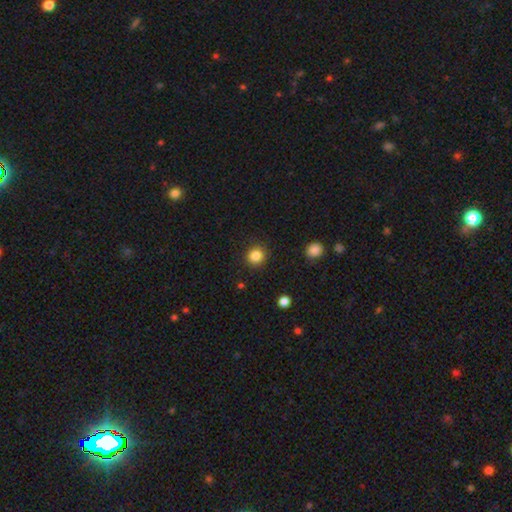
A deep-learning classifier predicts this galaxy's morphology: Overall: smooth (85%). How rounded: round (90%). Merging: none (91%).